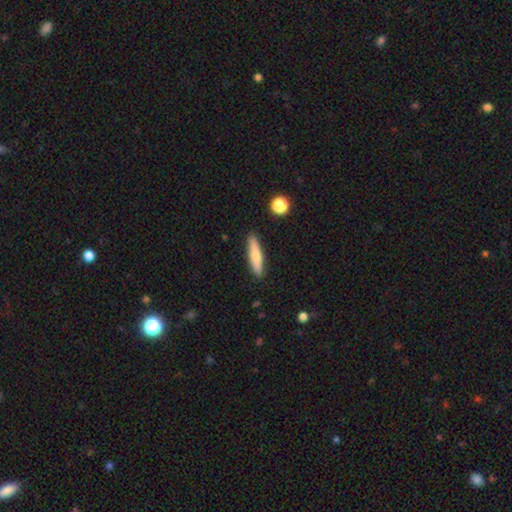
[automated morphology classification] A smooth galaxy with no disk features (69%) that is cigar-shaped (85%).

Vote fractions:
- Smooth or featured? smooth: 69% / featured or disk: 25% / star or artifact: 6%
- How rounded? cigar-shaped: 85% / in between: 14% / round: 2%
- Merging? none: 89% / minor disturbance: 8% / major disturbance: 2% / merger: 2%